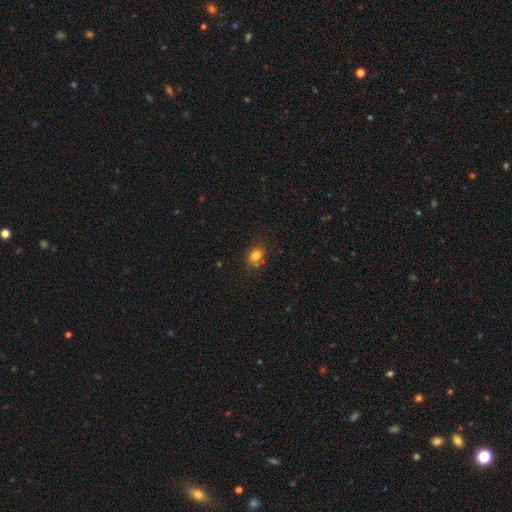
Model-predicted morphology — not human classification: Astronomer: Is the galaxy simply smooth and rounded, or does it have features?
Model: smooth — 78%.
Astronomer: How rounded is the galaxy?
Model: in between — 61% (runner-up: round, 37%).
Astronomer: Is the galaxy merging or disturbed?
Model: none — 69%.